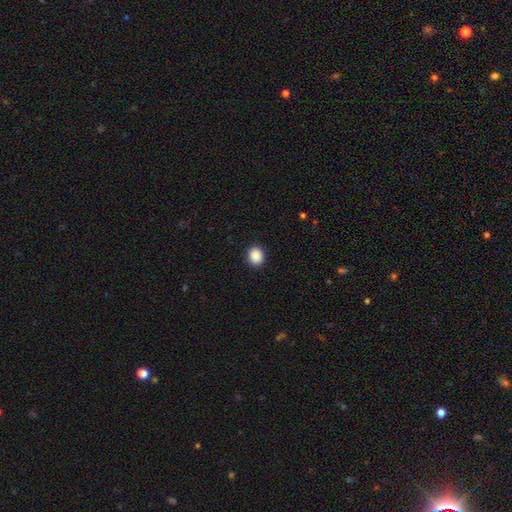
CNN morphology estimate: type=smooth (90%); roundness=round (74%); merging=none (91%).